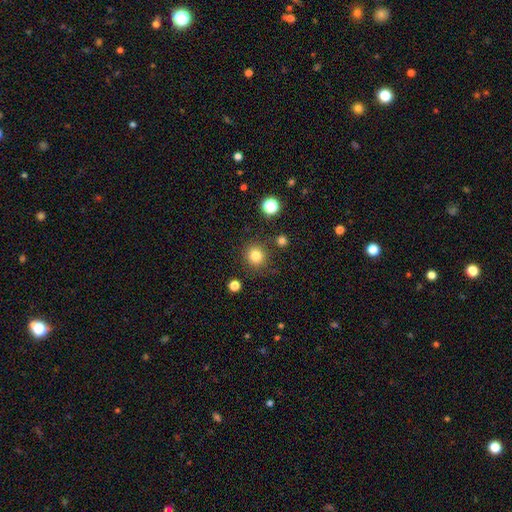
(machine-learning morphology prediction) smooth_or_featured: smooth (p=0.82) [alt: star or artifact p=0.13]
how_rounded: round (p=0.91) [alt: in between p=0.08]
merging: none (p=0.84) [alt: minor disturbance p=0.09]